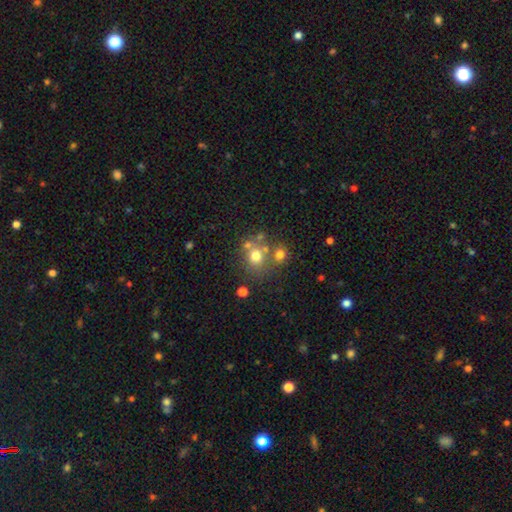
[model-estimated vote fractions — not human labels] smooth 66%, featured or disk 17%, star or artifact 17%. Down the decision tree: how rounded — round (78%); merging — none (57%).